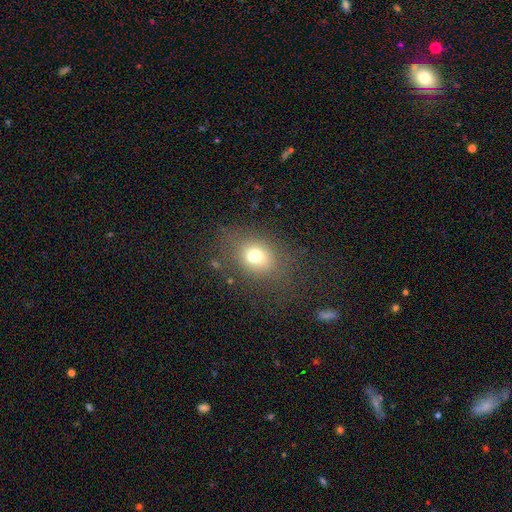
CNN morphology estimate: Q: Smooth or featured?
A: smooth (68%); runner-up: featured or disk (17%)
Q: How rounded?
A: in between (54%); runner-up: round (45%)
Q: Merging?
A: none (53%); runner-up: merger (21%)